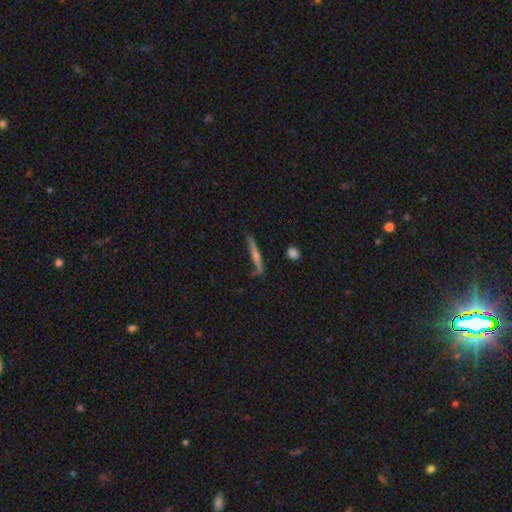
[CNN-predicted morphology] This appears to be a featured or disk galaxy (58%) viewed edge-on (95%) with a rounded central bulge (66%). Merging: none (77%).